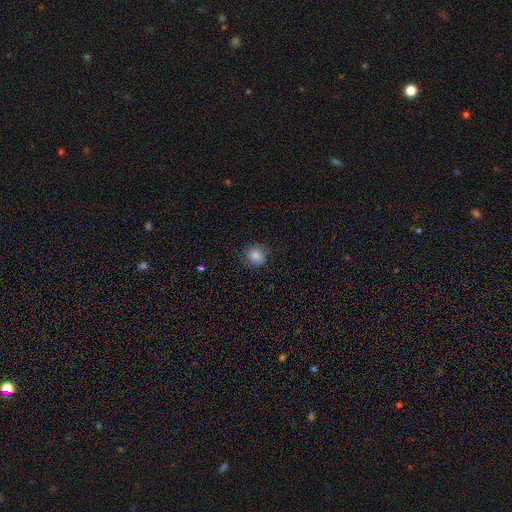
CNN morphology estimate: Overall: smooth (80%). How rounded: round (91%). Merging: none (80%).